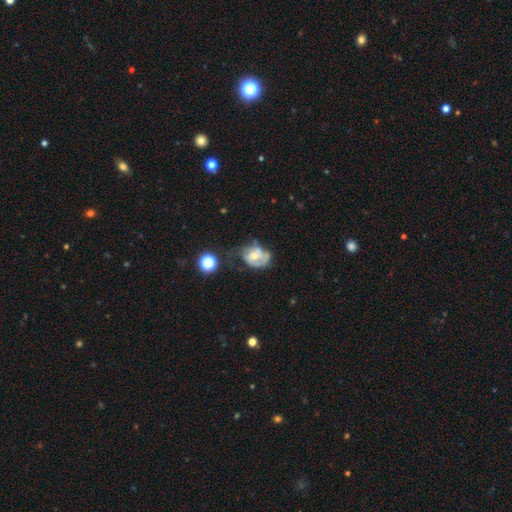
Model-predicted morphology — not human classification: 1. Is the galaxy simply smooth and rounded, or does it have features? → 62% featured or disk, 29% smooth, 9% star or artifact.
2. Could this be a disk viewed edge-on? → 97% no, 3% yes.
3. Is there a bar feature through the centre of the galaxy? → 68% no, 26% weak, 5% strong.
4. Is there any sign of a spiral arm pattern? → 64% yes, 36% no.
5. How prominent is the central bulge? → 55% moderate, 37% small, 4% large, 4% none, 1% dominant.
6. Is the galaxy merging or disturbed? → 32% none, 30% minor disturbance, 27% major disturbance, 11% merger.